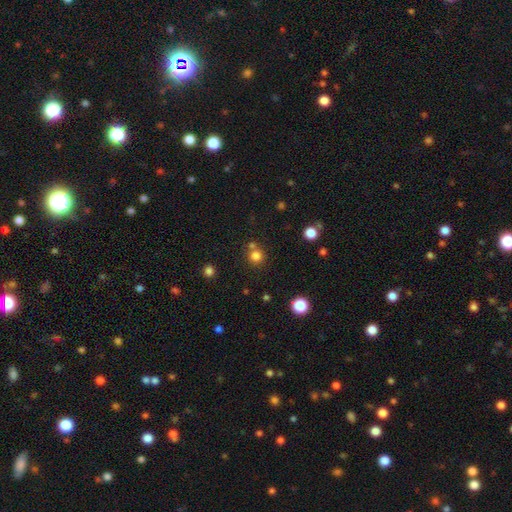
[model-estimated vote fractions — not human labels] Smooth or featured? Predicted: smooth (p=0.80). How rounded? Predicted: round (p=0.92). Merging? Predicted: none (p=0.69).